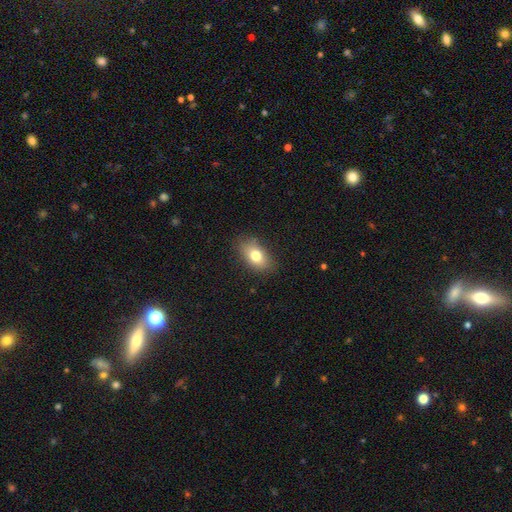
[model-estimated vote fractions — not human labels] Smooth or featured?
  - smooth: 77% *
  - featured or disk: 15%
  - star or artifact: 9%
How rounded?
  - in between: 86% *
  - round: 11%
  - cigar-shaped: 3%
Merging?
  - none: 83% *
  - minor disturbance: 13%
  - major disturbance: 3%
  - merger: 1%